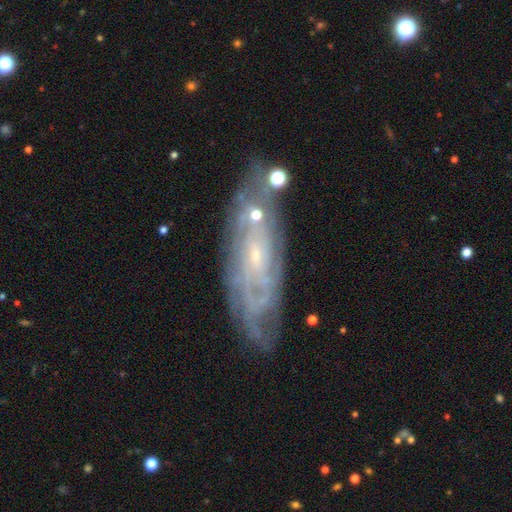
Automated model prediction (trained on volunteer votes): Morphology: type=featured or disk (79%); edge-on=no (84%); bar=no (74%); spiral arms=yes (87%); winding=tight (72%); arm count=can't tell (57%); bulge=small (83%); merging=none (71%).